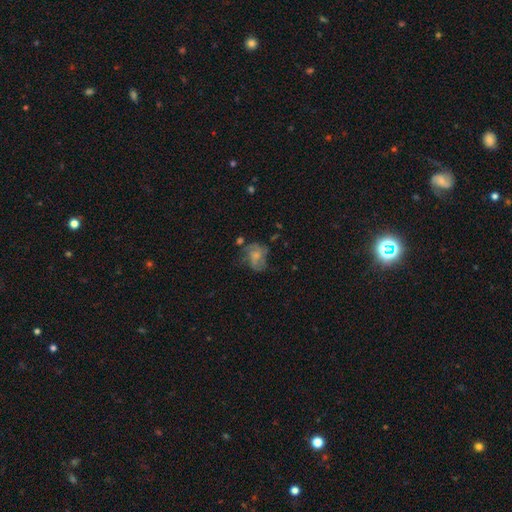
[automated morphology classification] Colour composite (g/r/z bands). It shows a featured or disk galaxy (47%). Merging: none (40%).